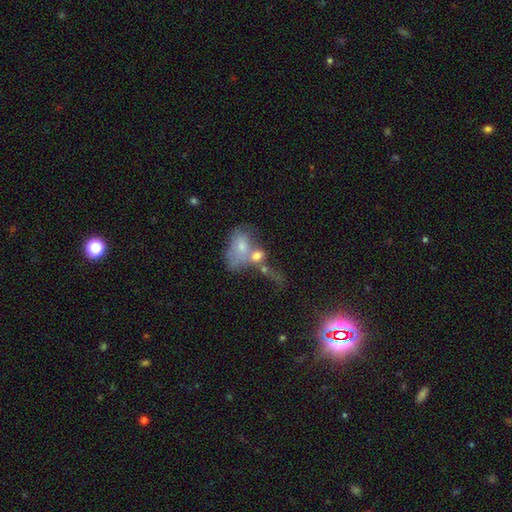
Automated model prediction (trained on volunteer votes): The model was most divided on "smooth or featured": smooth: 53%, featured or disk: 33%, star or artifact: 14%. More confident: how rounded — in between (78%); merging — merger (55%).